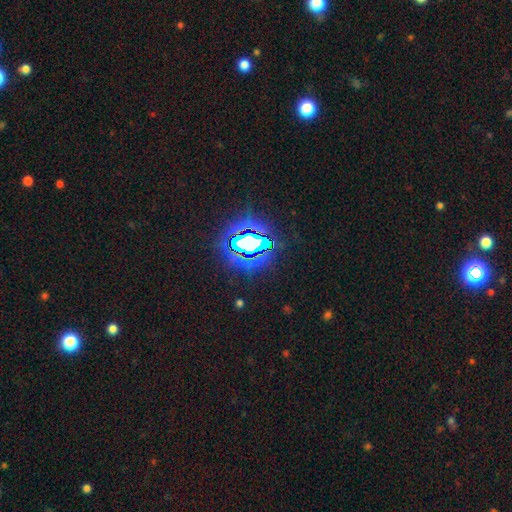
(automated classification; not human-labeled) Smooth or featured? star or artifact (83%)